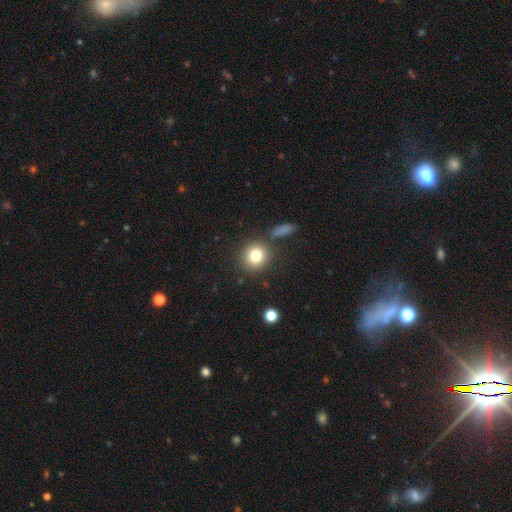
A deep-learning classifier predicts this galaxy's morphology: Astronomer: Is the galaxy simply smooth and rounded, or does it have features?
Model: smooth — 80%.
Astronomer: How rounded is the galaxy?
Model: round — 88%.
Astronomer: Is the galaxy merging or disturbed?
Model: none — 79%.